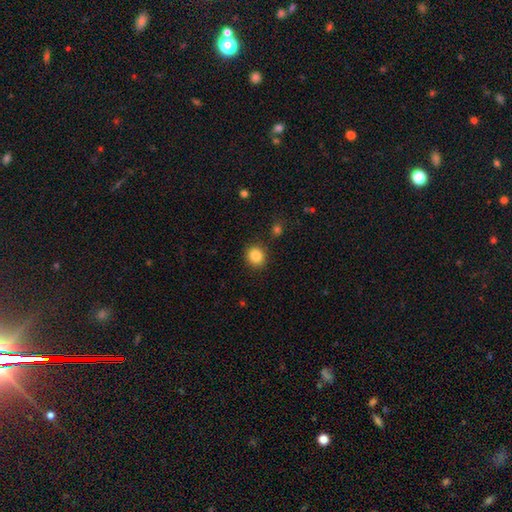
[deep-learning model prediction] smooth-or-featured: smooth: 85% | star or artifact: 10% | featured or disk: 5%
  how-rounded: round: 84% | in between: 15% | cigar-shaped: 1%
  merging: none: 87% | minor disturbance: 8% | merger: 3% | major disturbance: 2%